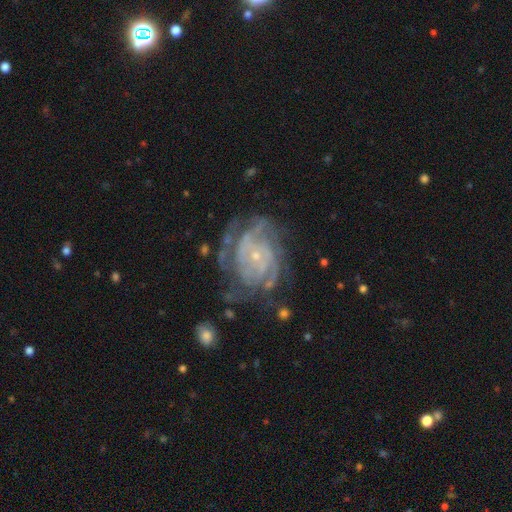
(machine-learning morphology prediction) A featured or disk galaxy (88%) with no bar (72%), tight (66%) spiral arms (96%) and a small central bulge (83%). Merging: none (62%).